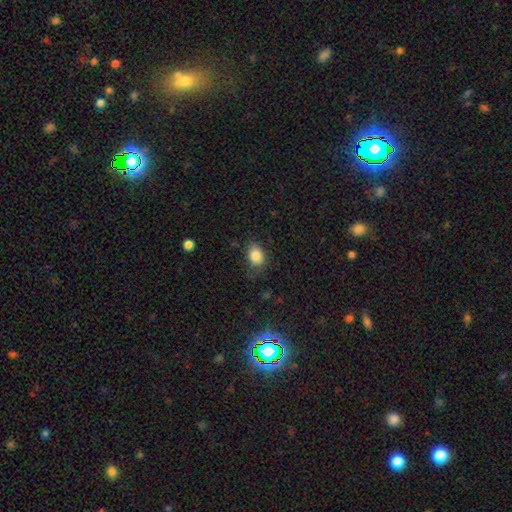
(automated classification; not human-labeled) This is clearly a smooth galaxy (85%). How rounded: likely in between (74%). Merging: likely none (70%).